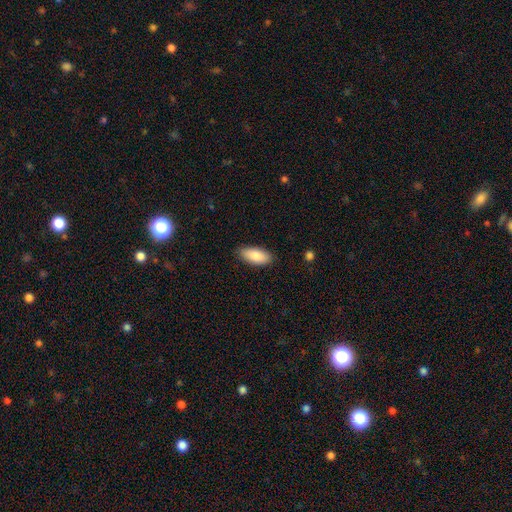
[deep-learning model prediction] smooth 84%, featured or disk 10%, star or artifact 6%. Down the decision tree: how rounded — in between (85%); merging — none (87%).